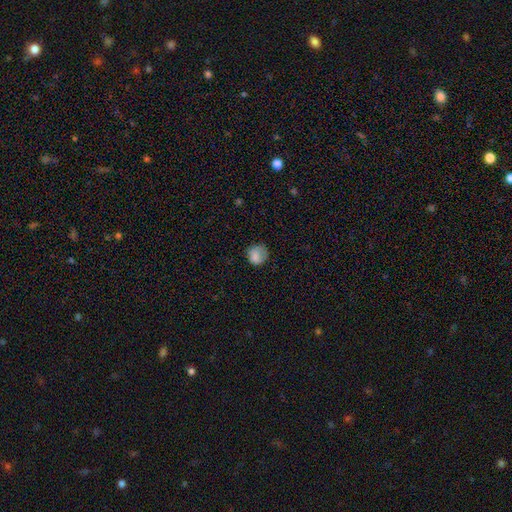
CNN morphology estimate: A smooth galaxy with no disk features (81%) that is round (82%).

Vote fractions:
- Smooth or featured? smooth: 81% / star or artifact: 9% / featured or disk: 9%
- How rounded? round: 82% / in between: 17% / cigar-shaped: 1%
- Merging? none: 64% / minor disturbance: 24% / major disturbance: 11% / merger: 1%